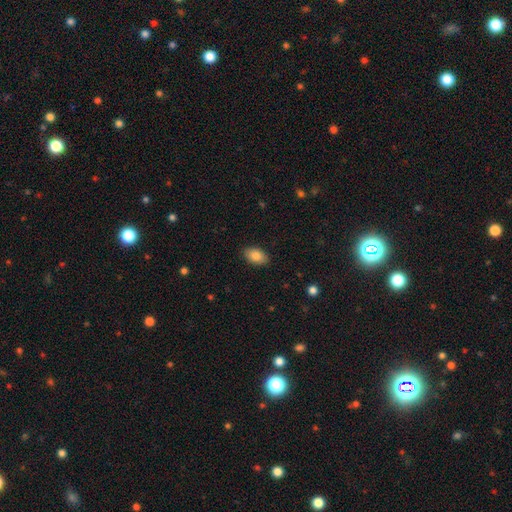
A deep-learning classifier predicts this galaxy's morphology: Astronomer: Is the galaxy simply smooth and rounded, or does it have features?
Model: smooth — 86%.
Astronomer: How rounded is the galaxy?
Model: in between — 91%.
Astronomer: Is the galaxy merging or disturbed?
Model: none — 88%.